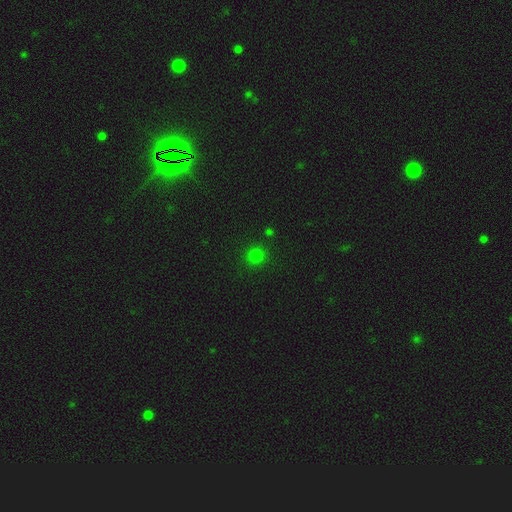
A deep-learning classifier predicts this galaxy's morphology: Smooth or featured? Predicted: smooth (p=0.77). How rounded? Predicted: round (p=0.91). Merging? Predicted: none (p=0.89).